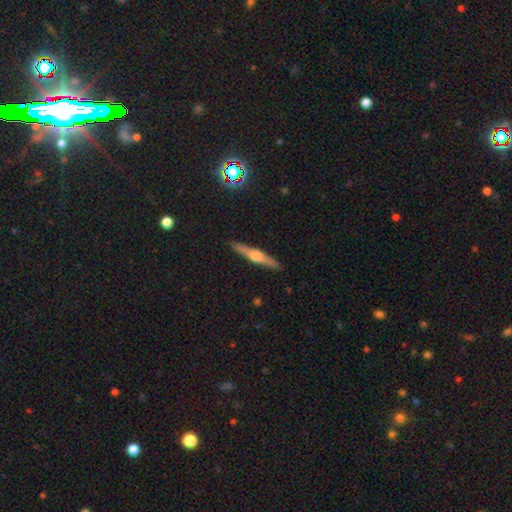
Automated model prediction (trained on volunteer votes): Smooth or featured? featured or disk (71%)
Edge-on disk? yes (98%)
Edge-on bulge? rounded (92%)
Merging? none (91%)